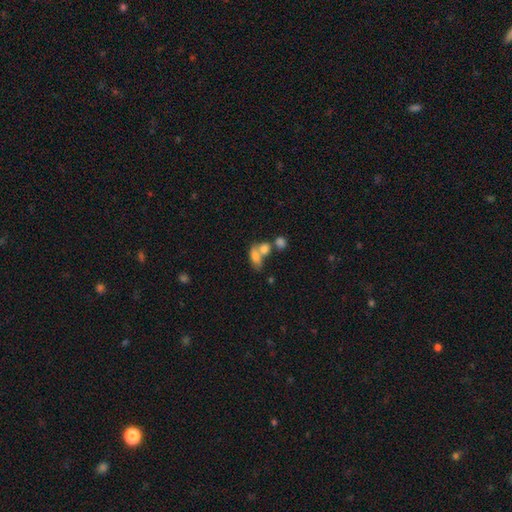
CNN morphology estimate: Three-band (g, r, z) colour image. It shows a smooth galaxy with no disk features (71%) that is in between round and cigar-shaped (77%). Merging: merger (55%).